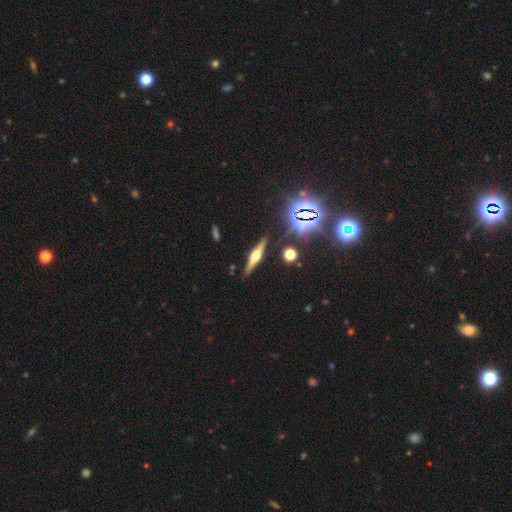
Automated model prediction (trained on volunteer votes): Smooth or featured? Predicted: featured or disk (p=0.70). Edge-on disk? Predicted: yes (p=0.97). Edge-on bulge? Predicted: rounded (p=0.92). Merging? Predicted: none (p=0.88).